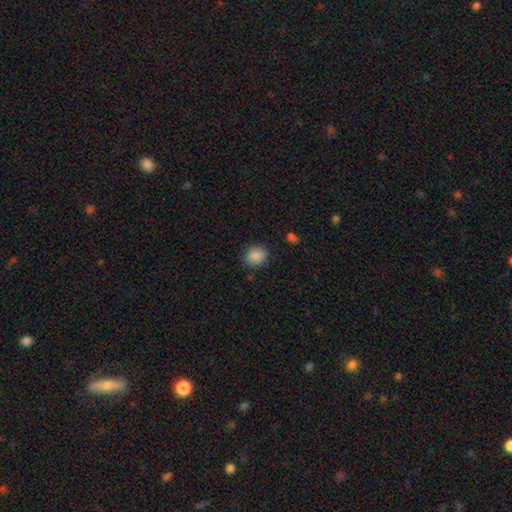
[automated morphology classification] Smooth or featured?
  - smooth: 88% *
  - star or artifact: 8%
  - featured or disk: 4%
How rounded?
  - round: 67% *
  - in between: 32%
  - cigar-shaped: 1%
Merging?
  - none: 85% *
  - minor disturbance: 11%
  - major disturbance: 3%
  - merger: 1%